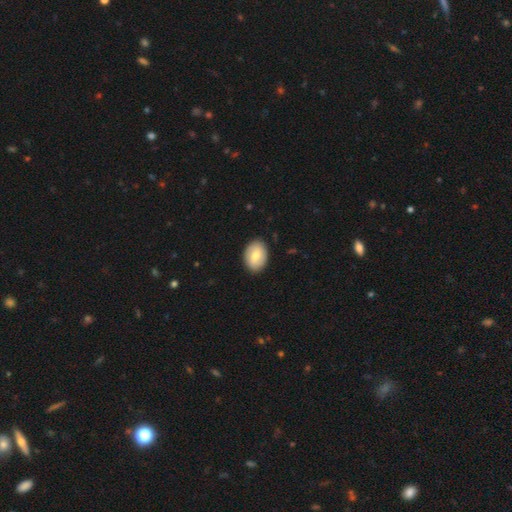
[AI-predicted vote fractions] smooth_or_featured: smooth (p=0.72) [alt: featured or disk p=0.22]
how_rounded: in between (p=0.78) [alt: round p=0.21]
merging: none (p=0.88) [alt: minor disturbance p=0.09]